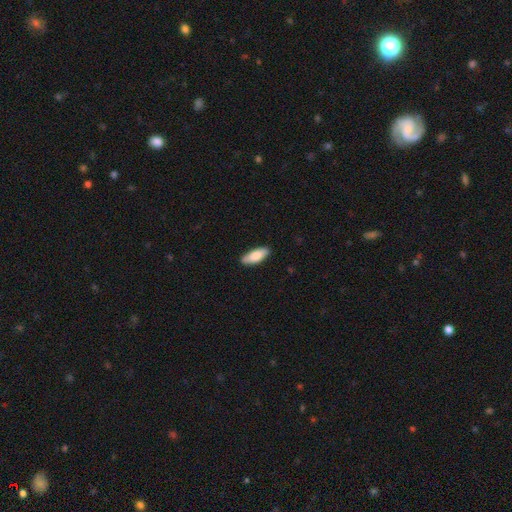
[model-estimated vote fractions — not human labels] smooth-or-featured: smooth: 80% | featured or disk: 15% | star or artifact: 5%
  how-rounded: in between: 74% | cigar-shaped: 24% | round: 2%
  merging: none: 87% | minor disturbance: 10% | major disturbance: 2% | merger: 1%